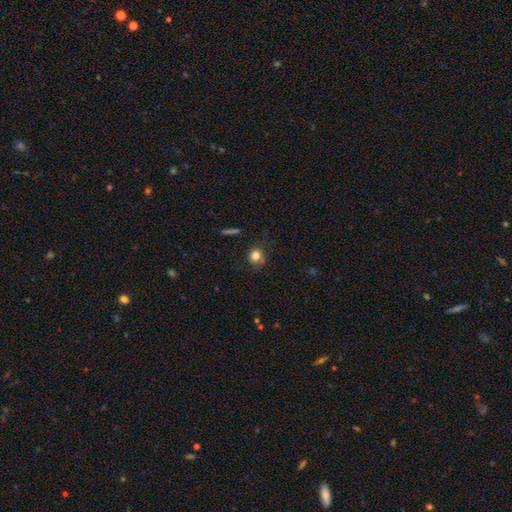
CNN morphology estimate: type=smooth (81%); roundness=round (79%); merging=none (74%).